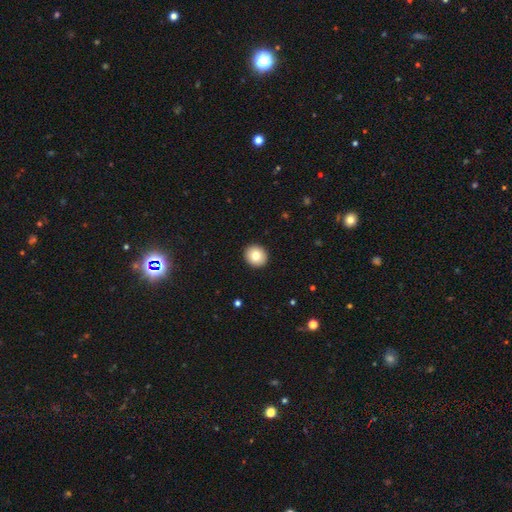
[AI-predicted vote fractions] Q: Smooth or featured?
A: smooth (78%); runner-up: featured or disk (13%)
Q: How rounded?
A: round (87%); runner-up: in between (12%)
Q: Merging?
A: none (93%); runner-up: minor disturbance (5%)